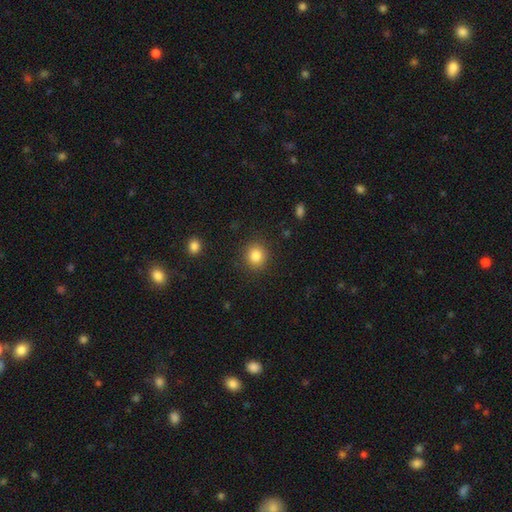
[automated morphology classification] smooth_or_featured: smooth (p=0.85) [alt: star or artifact p=0.10]
how_rounded: round (p=0.87) [alt: in between p=0.12]
merging: none (p=0.89) [alt: minor disturbance p=0.07]